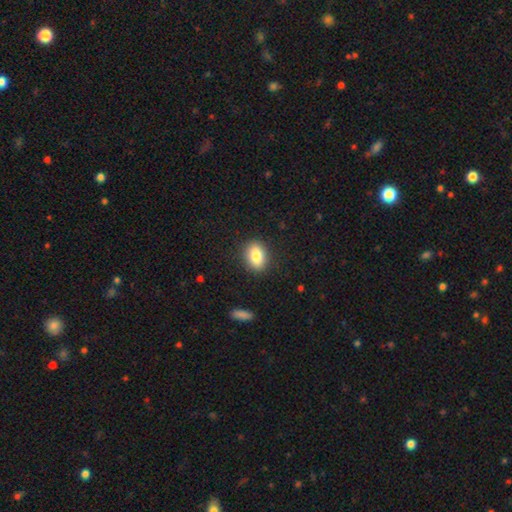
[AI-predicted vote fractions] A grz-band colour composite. It shows a smooth galaxy with no disk features (83%) that is in between round and cigar-shaped (76%). Merging: none (88%).